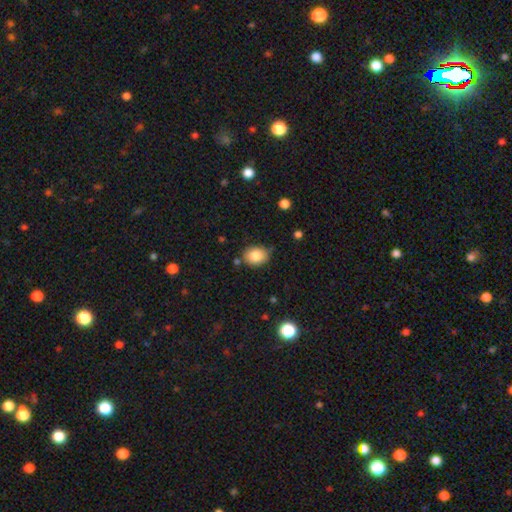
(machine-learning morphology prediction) Smooth or featured?
  - smooth: 83% *
  - star or artifact: 9%
  - featured or disk: 8%
How rounded?
  - round: 53% *
  - in between: 46%
  - cigar-shaped: 1%
Merging?
  - none: 71% *
  - minor disturbance: 21%
  - merger: 5%
  - major disturbance: 4%